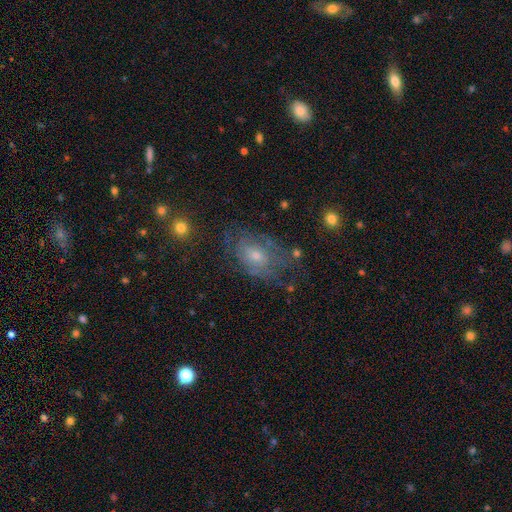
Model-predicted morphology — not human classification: The model was most divided on "bulge size" (2-way tie): moderate: 46%, small: 46%, large: 4%, none: 3%, dominant: 1%. More confident: edge-on disk — no (94%); bar — no (75%); spiral arms — yes (65%); merging — none (58%); smooth or featured — featured or disk (57%).